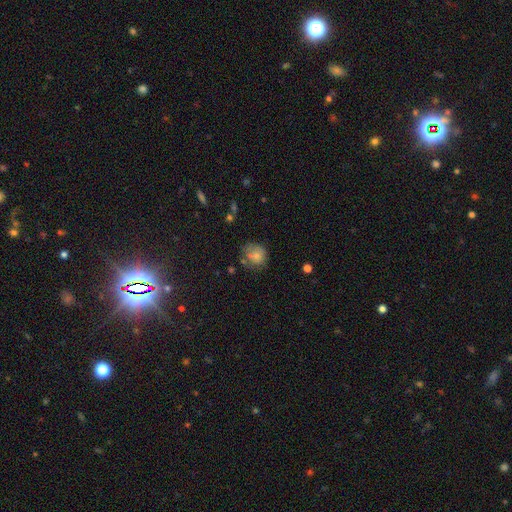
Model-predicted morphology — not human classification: Smooth or featured?
  - smooth: 74% *
  - featured or disk: 15%
  - star or artifact: 11%
How rounded?
  - round: 74% *
  - in between: 25%
  - cigar-shaped: 1%
Merging?
  - none: 55% *
  - minor disturbance: 27%
  - major disturbance: 12%
  - merger: 6%